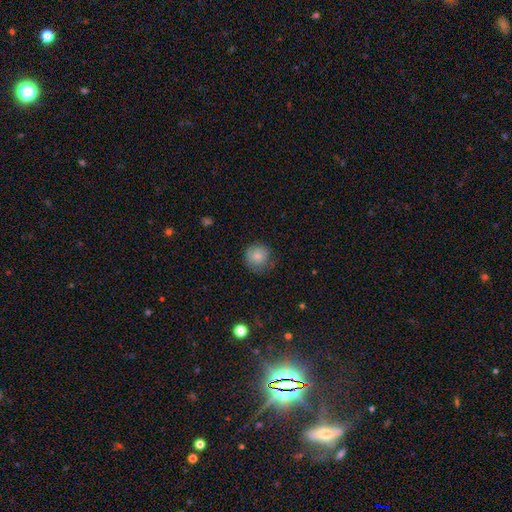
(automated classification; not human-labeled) This is clearly a smooth galaxy (81%). How rounded: clearly round (91%). Merging: likely none (71%).